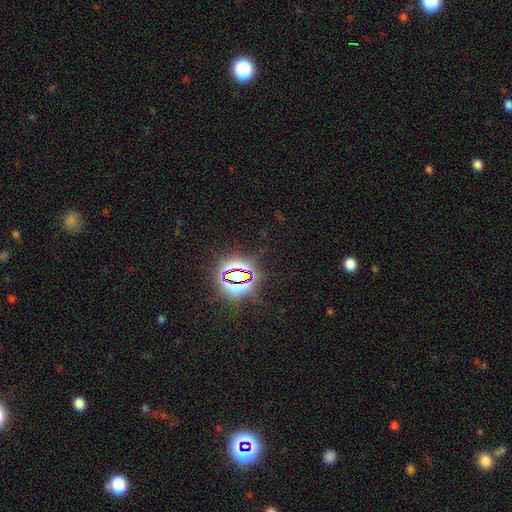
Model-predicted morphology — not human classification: Overall: star or artifact (83%).